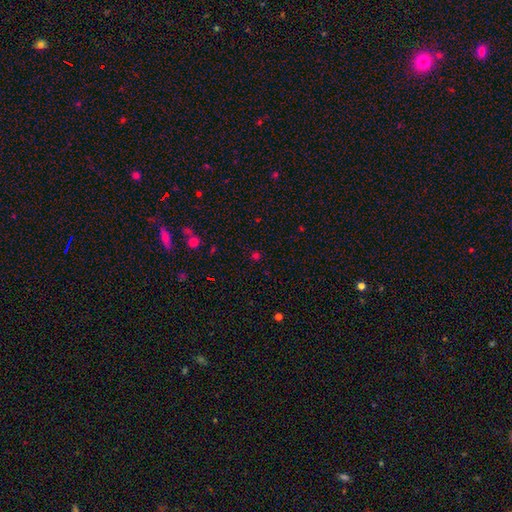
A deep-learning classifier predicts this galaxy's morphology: Smooth or featured?
  - smooth: 55% *
  - star or artifact: 40%
  - featured or disk: 6%
How rounded?
  - round: 87% *
  - in between: 12%
  - cigar-shaped: 1%
Merging?
  - none: 82% *
  - minor disturbance: 9%
  - merger: 5%
  - major disturbance: 4%